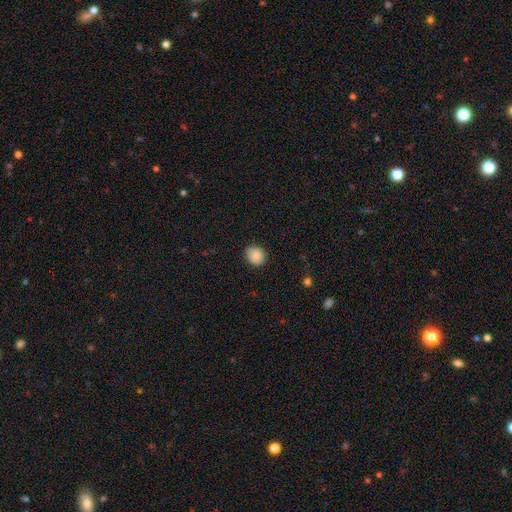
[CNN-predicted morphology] Smooth or featured: smooth — 88% (star or artifact — 8%)
How rounded: round — 76% (in between — 23%)
Merging: none — 85% (minor disturbance — 12%)